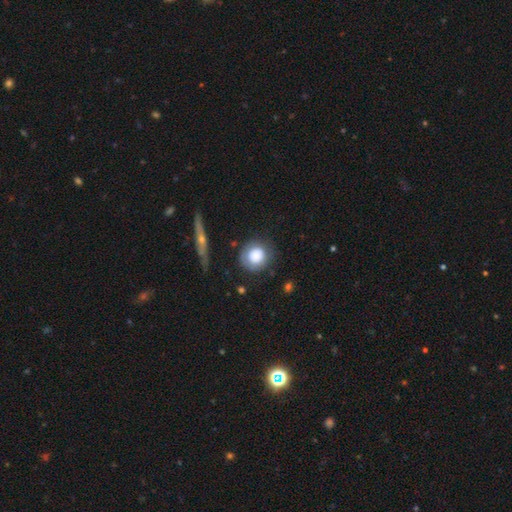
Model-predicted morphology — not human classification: Smooth or featured? smooth (75%)
How rounded? round (89%)
Merging? none (70%)